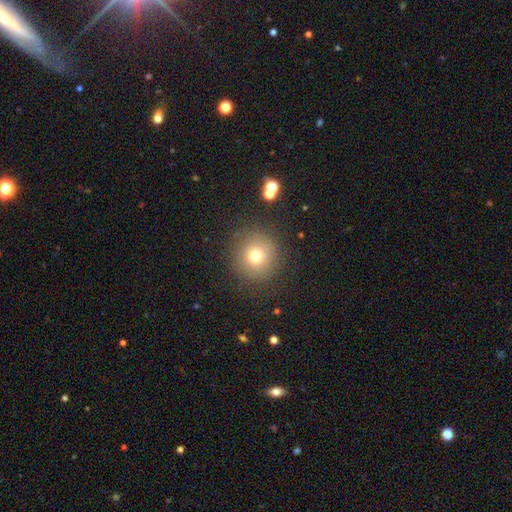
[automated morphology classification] The model was most divided on "smooth or featured": smooth: 72%, star or artifact: 16%, featured or disk: 12%. More confident: how rounded — round (93%); merging — none (86%).